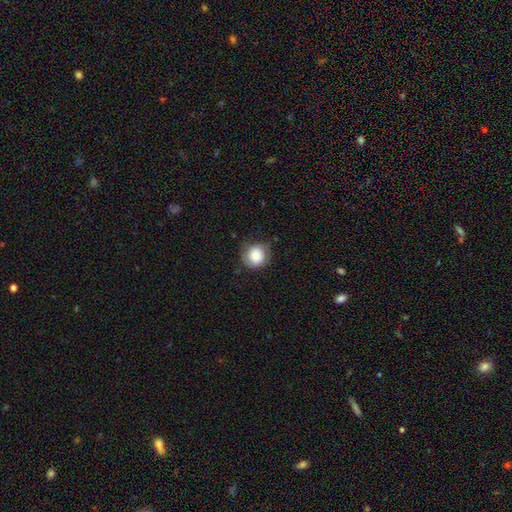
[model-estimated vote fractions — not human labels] smooth-or-featured: smooth: 74% | featured or disk: 18% | star or artifact: 8%
  how-rounded: round: 84% | in between: 15% | cigar-shaped: 1%
  merging: none: 69% | minor disturbance: 22% | major disturbance: 8% | merger: 1%